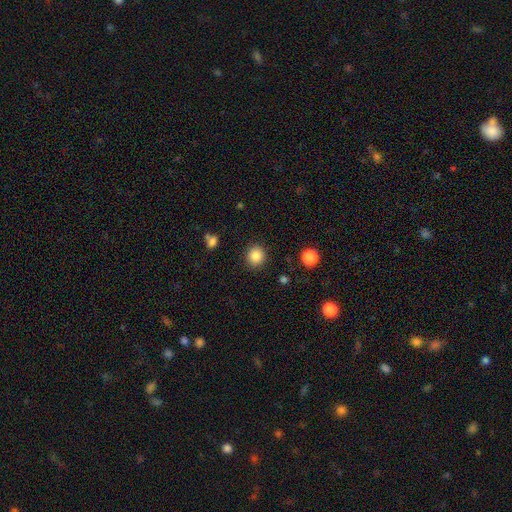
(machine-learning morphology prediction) A smooth galaxy with no disk features (86%) that is round (87%).

Vote fractions:
- Smooth or featured? smooth: 86% / star or artifact: 10% / featured or disk: 5%
- How rounded? round: 87% / in between: 12% / cigar-shaped: 1%
- Merging? none: 89% / minor disturbance: 7% / major disturbance: 2% / merger: 2%